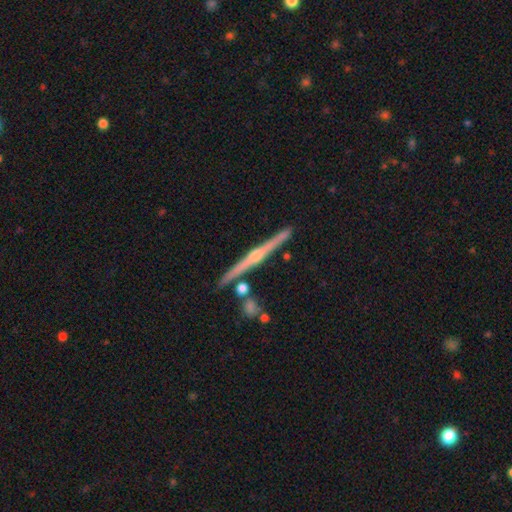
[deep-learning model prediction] Overall: featured or disk (84%). Edge-on disk: yes (98%). Edge-on bulge: rounded (83%). Merging: none (86%).